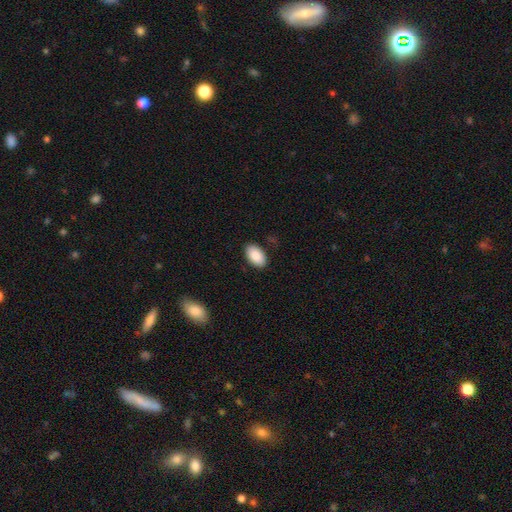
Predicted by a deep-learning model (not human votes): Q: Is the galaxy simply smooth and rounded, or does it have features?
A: smooth — 90%.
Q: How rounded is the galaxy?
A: in between — 94%.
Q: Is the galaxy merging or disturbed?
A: none — 88%.